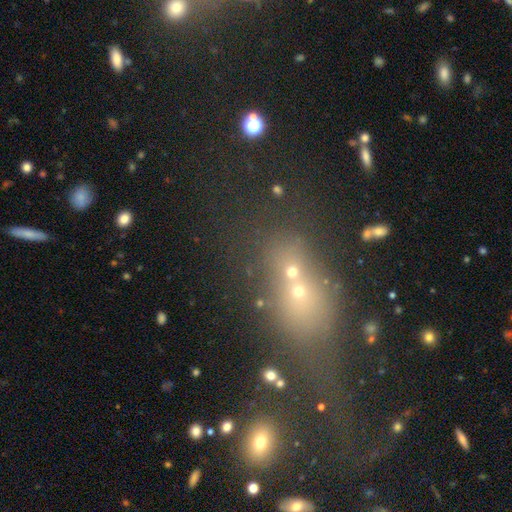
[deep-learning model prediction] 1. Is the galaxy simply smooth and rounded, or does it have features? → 42% smooth, 40% star or artifact, 18% featured or disk.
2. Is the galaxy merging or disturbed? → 48% merger, 35% none, 9% minor disturbance, 8% major disturbance.